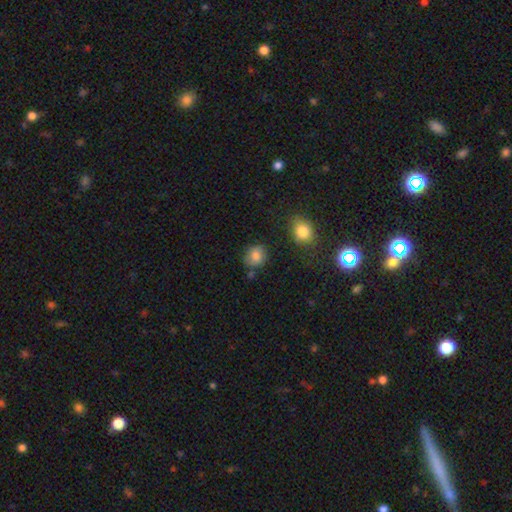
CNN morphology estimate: smooth 82%, star or artifact 10%, featured or disk 8%. Down the decision tree: how rounded — round (72%); merging — none (77%).